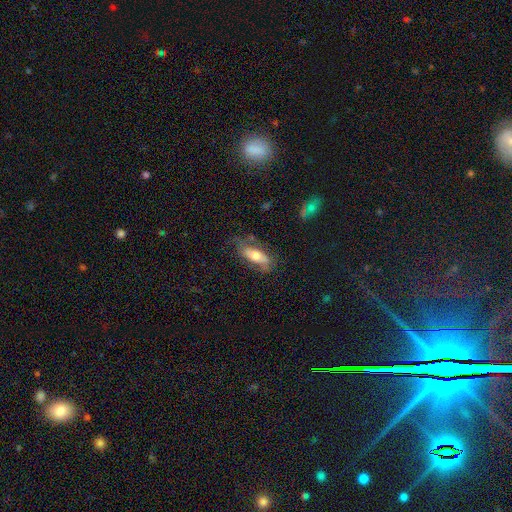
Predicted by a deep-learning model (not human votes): smooth-or-featured: smooth: 55% | featured or disk: 38% | star or artifact: 7%
  how-rounded: in between: 73% | cigar-shaped: 24% | round: 3%
  merging: none: 62% | minor disturbance: 24% | major disturbance: 12% | merger: 3%